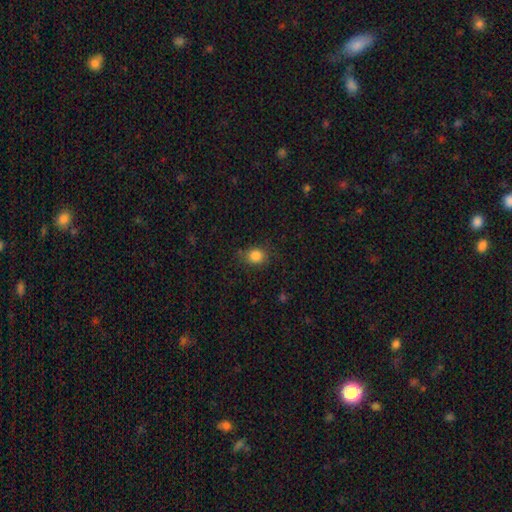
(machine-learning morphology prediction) Overall: smooth (83%). How rounded: round (66%; in between 33%). Merging: none (79%).